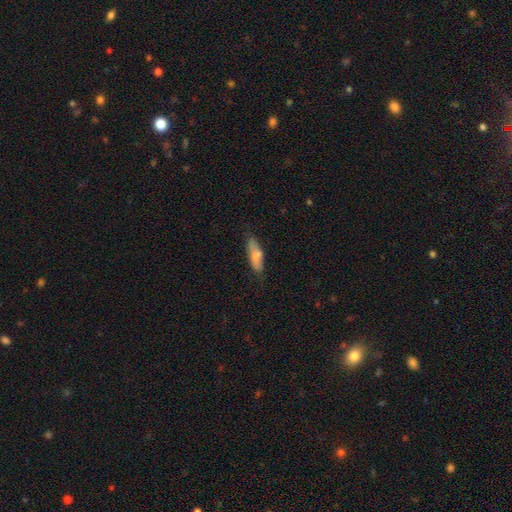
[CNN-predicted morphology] The model was most divided on "how rounded": in between: 54%, cigar-shaped: 44%, round: 2%. More confident: smooth or featured — smooth (78%); merging — none (68%).